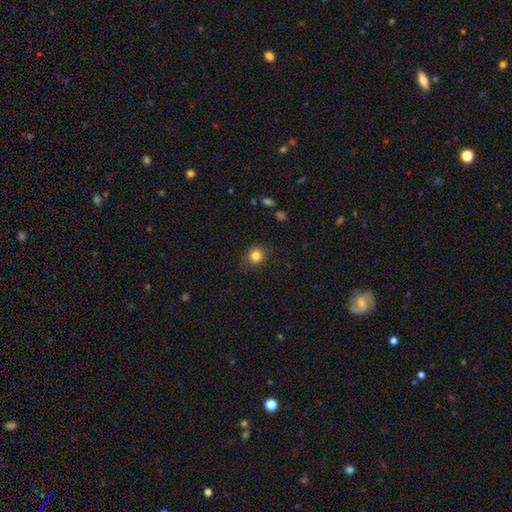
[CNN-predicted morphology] A smooth galaxy with no disk features (83%) that is round (85%).

Vote fractions:
- Smooth or featured? smooth: 83% / star or artifact: 12% / featured or disk: 5%
- How rounded? round: 85% / in between: 14% / cigar-shaped: 1%
- Merging? none: 84% / minor disturbance: 12% / major disturbance: 3% / merger: 1%